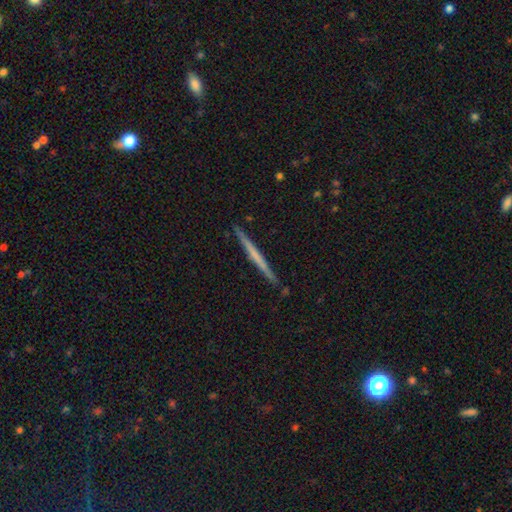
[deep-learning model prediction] Smooth or featured?
  - featured or disk: 54% *
  - smooth: 41%
  - star or artifact: 5%
Edge-on disk?
  - yes: 98% *
  - no: 2%
Edge-on bulge?
  - none: 86% *
  - rounded: 9%
  - boxy: 5%
Merging?
  - none: 91% *
  - minor disturbance: 6%
  - major disturbance: 1%
  - merger: 1%